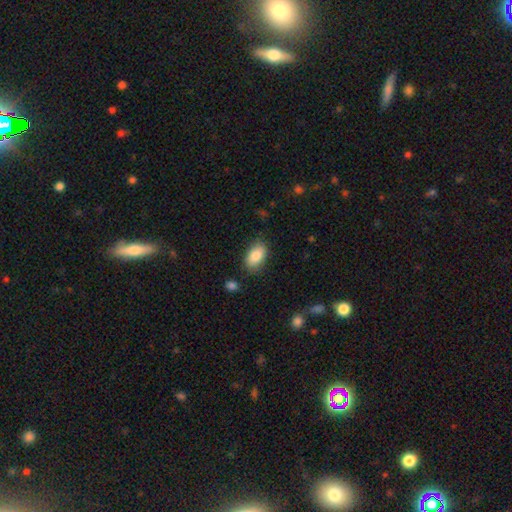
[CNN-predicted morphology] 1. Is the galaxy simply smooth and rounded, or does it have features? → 85% smooth, 8% featured or disk, 7% star or artifact.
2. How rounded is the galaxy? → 92% in between, 6% round, 2% cigar-shaped.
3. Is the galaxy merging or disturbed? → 80% none, 14% minor disturbance, 3% major disturbance, 2% merger.